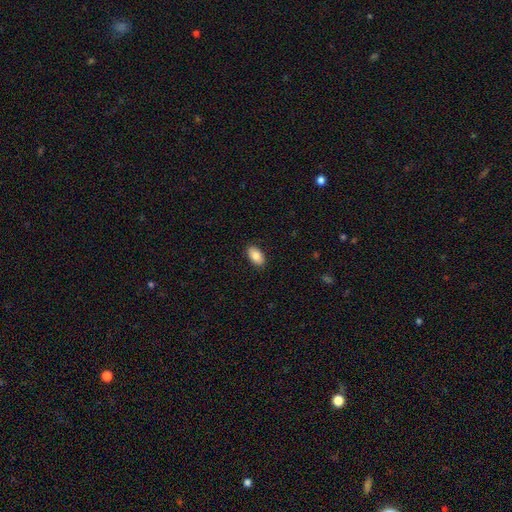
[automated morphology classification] smooth 84%, featured or disk 9%, star or artifact 7%. Down the decision tree: how rounded — in between (94%); merging — none (89%).